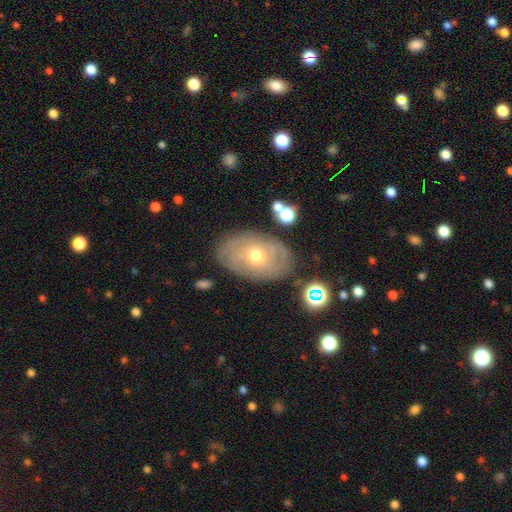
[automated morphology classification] A featured or disk galaxy (63%) with no bar (81%), spiral arms (65%) and a moderate central bulge (58%). Merging: none (78%).